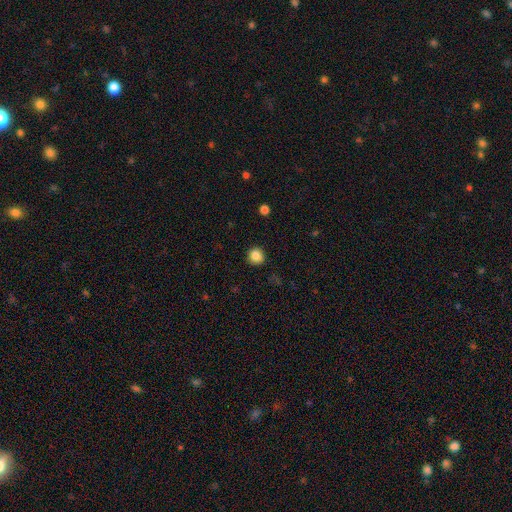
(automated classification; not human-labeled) This is clearly a smooth galaxy (86%). How rounded: clearly round (90%). Merging: clearly none (90%).